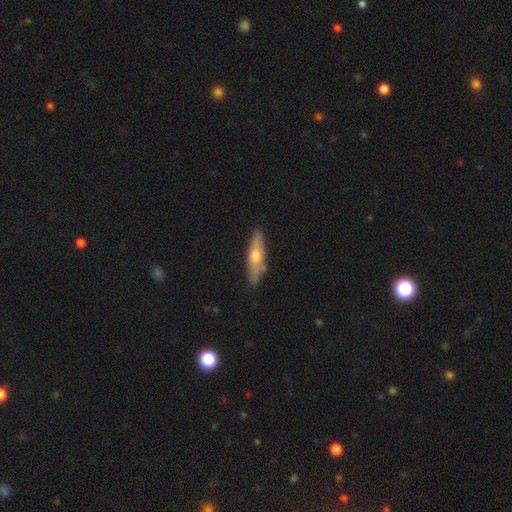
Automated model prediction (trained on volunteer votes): The model was most divided on "smooth or featured": smooth: 52%, featured or disk: 42%, star or artifact: 6%. More confident: merging — none (82%); how rounded — cigar-shaped (72%).